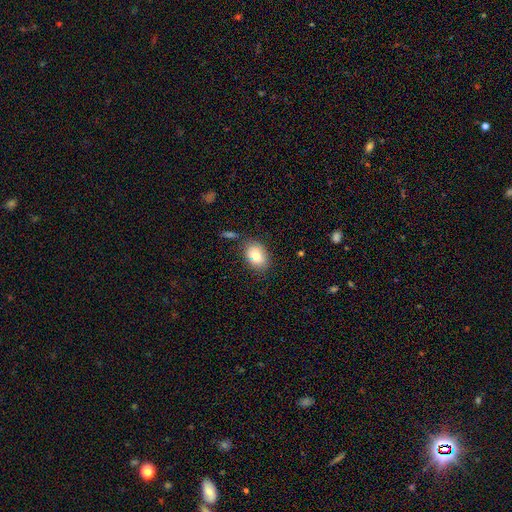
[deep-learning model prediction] Q: Smooth or featured?
A: smooth (80%); runner-up: featured or disk (12%)
Q: How rounded?
A: in between (73%); runner-up: round (26%)
Q: Merging?
A: none (76%); runner-up: minor disturbance (16%)